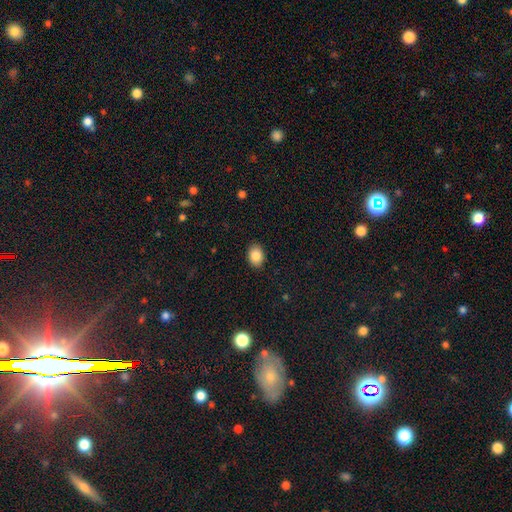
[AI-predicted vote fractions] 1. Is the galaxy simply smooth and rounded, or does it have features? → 86% smooth, 8% star or artifact, 6% featured or disk.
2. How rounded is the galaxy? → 77% in between, 22% round, 1% cigar-shaped.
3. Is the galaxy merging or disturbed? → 88% none, 9% minor disturbance, 2% major disturbance, 1% merger.